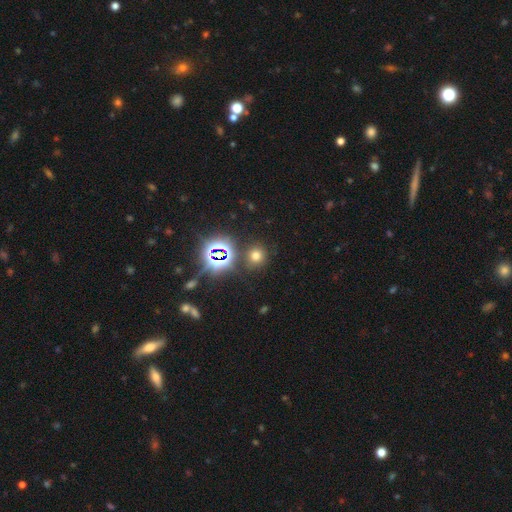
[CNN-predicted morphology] type=smooth (62%); roundness=round (87%); merging=none (84%).